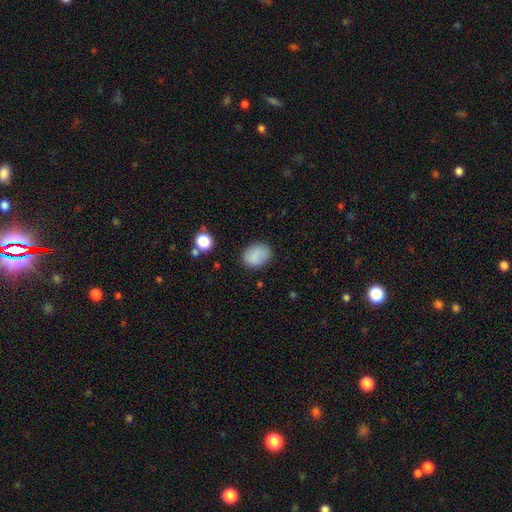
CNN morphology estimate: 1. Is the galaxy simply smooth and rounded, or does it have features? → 85% smooth, 9% star or artifact, 6% featured or disk.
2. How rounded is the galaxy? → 67% in between, 32% round, 1% cigar-shaped.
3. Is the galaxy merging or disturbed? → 80% none, 14% minor disturbance, 4% major disturbance, 2% merger.